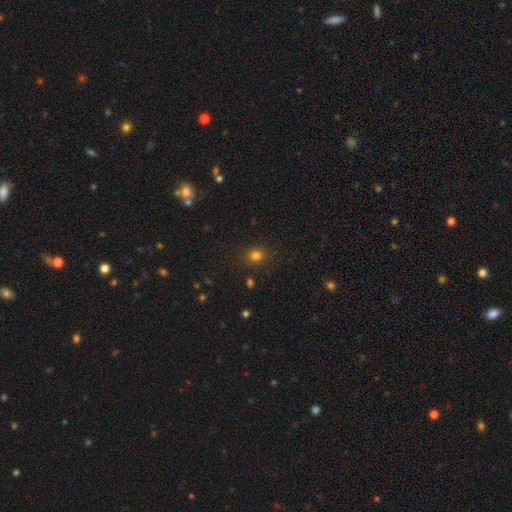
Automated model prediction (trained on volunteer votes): Morphology: type=smooth (79%); roundness=round (76%); merging=none (86%).